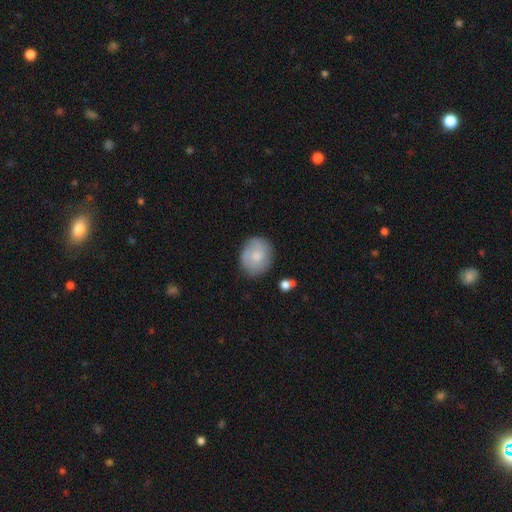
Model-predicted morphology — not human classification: This is likely a smooth galaxy (68%). How rounded: possibly round (54%). Merging: likely none (75%).